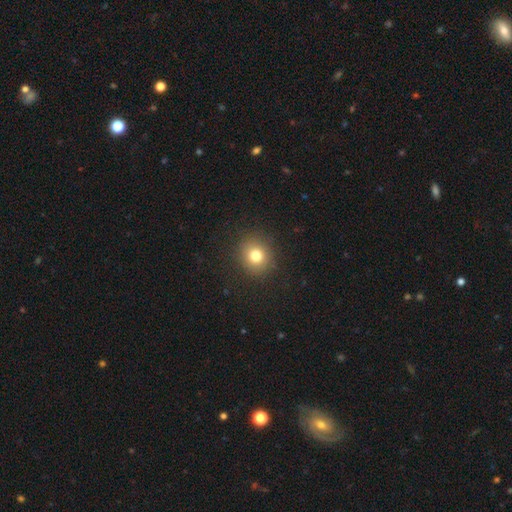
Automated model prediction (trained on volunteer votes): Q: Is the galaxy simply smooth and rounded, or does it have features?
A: smooth — 78%.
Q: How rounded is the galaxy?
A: round — 83%.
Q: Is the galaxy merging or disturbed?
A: none — 89%.